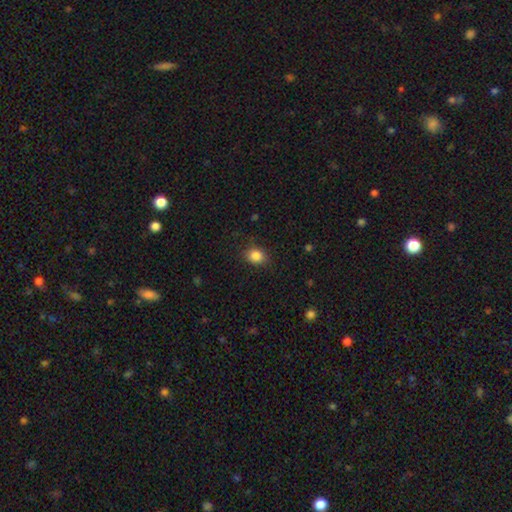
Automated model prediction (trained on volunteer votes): smooth-or-featured: smooth: 86% | star or artifact: 10% | featured or disk: 5%
  how-rounded: round: 52% | in between: 47% | cigar-shaped: 1%
  merging: none: 84% | minor disturbance: 12% | major disturbance: 3% | merger: 1%